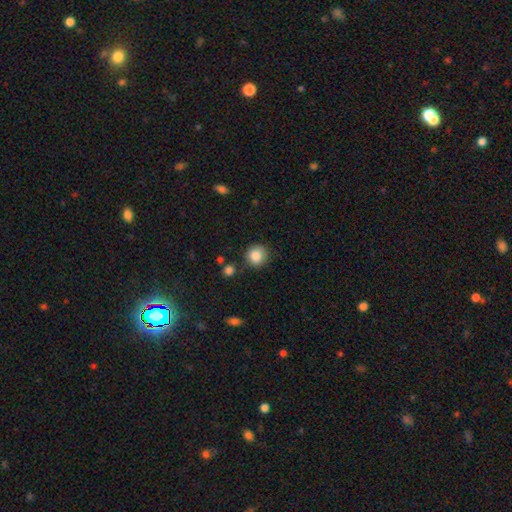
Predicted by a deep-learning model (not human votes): Smooth or featured: smooth — 86% (star or artifact — 9%)
How rounded: round — 90% (in between — 9%)
Merging: none — 83% (minor disturbance — 11%)